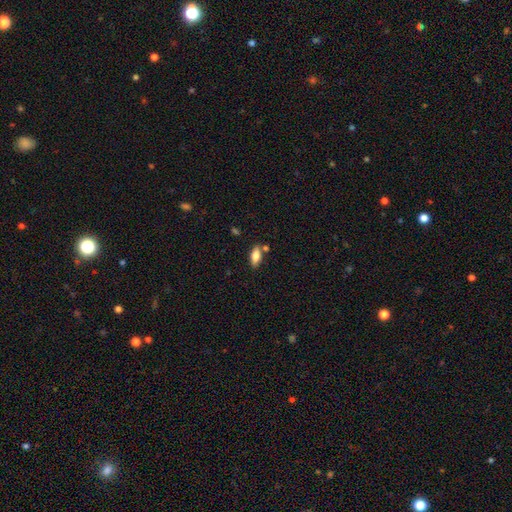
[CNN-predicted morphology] A smooth galaxy with no disk features (81%) that is in between round and cigar-shaped (85%).

Vote fractions:
- Smooth or featured? smooth: 81% / featured or disk: 12% / star or artifact: 7%
- How rounded? in between: 85% / cigar-shaped: 12% / round: 3%
- Merging? none: 76% / minor disturbance: 13% / merger: 9% / major disturbance: 3%